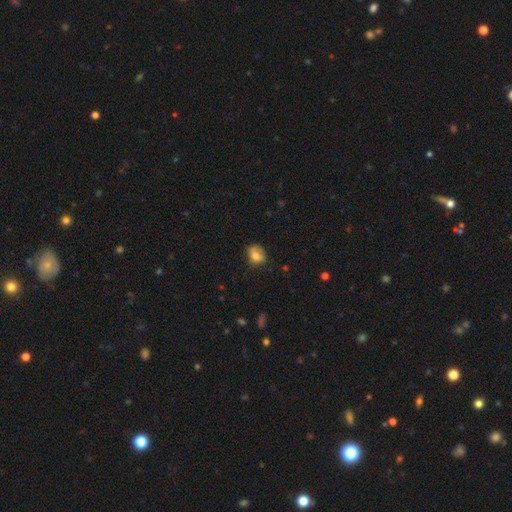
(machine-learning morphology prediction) This appears to be a smooth galaxy with no disk features (72%) that is in between round and cigar-shaped (53%). Merging: none (53%).